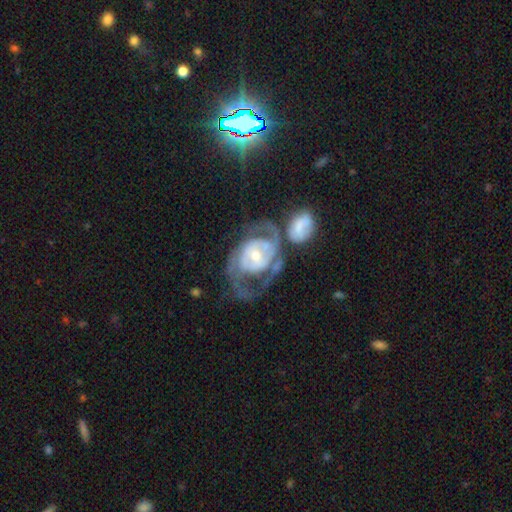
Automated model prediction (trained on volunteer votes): A featured or disk galaxy (82%) with no bar (59%), 2 (51%) tight (46%) spiral arms (85%) and a small central bulge (51%).

Vote fractions:
- Smooth or featured? featured or disk: 82% / smooth: 10% / star or artifact: 8%
- Edge-on disk? no: 96% / yes: 4%
- Bar? no: 59% / weak: 28% / strong: 13%
- Spiral arms? yes: 85% / no: 15%
- Spiral winding? tight: 46% / medium: 38% / loose: 15%
- Spiral arm count? 2: 51% / can't tell: 29% / 3: 8% / 1: 5% / 4: 3% / more than 4: 3%
- Bulge size? small: 51% / moderate: 42% / large: 4% / none: 2% / dominant: 1%
- Merging? none: 31% / major disturbance: 28% / merger: 26% / minor disturbance: 15%